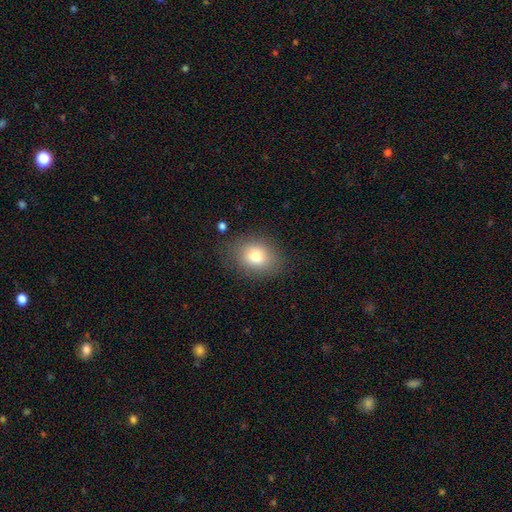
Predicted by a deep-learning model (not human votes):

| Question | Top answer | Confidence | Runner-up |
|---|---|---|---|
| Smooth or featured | smooth | 78% | featured or disk (11%) |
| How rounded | in between | 57% | round (42%) |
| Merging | none | 81% | minor disturbance (13%) |